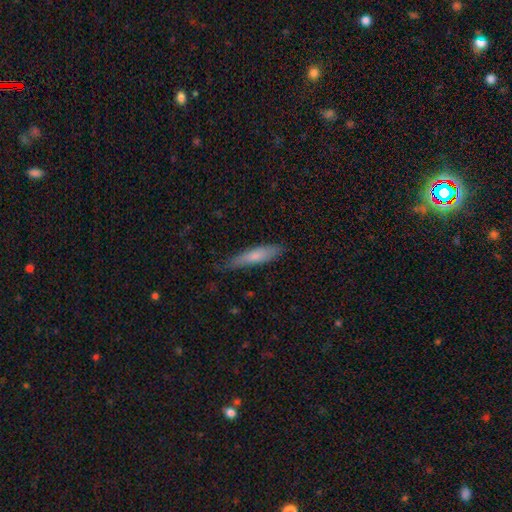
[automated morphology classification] Smooth or featured? Predicted: smooth (p=0.71). How rounded? Predicted: cigar-shaped (p=0.82). Merging? Predicted: none (p=0.72).